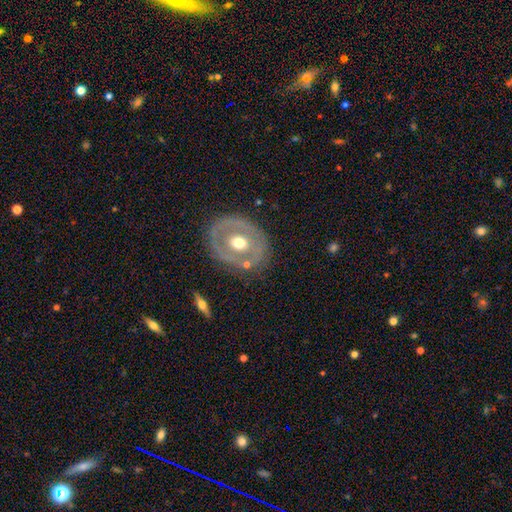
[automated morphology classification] This is likely a featured or disk galaxy (63%). It is clearly not viewed edge-on (94%). Bar: likely no (77%). Spiral arm pattern: likely no (78%). Central bulge: likely moderate (75%). Merging: likely none (77%).